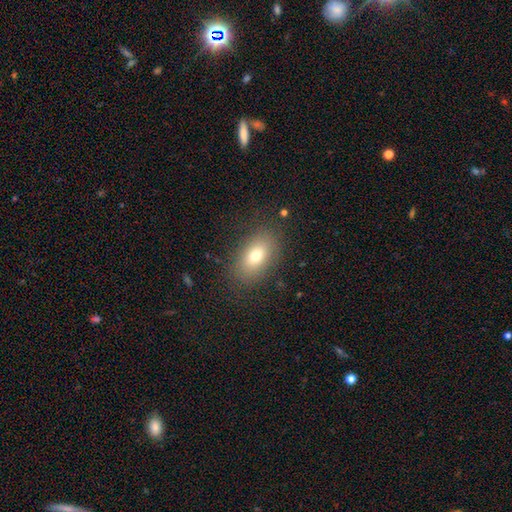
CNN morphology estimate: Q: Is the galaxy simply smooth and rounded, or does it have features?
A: smooth — 74%.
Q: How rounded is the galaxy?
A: in between — 87%.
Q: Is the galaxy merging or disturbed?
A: none — 83%.